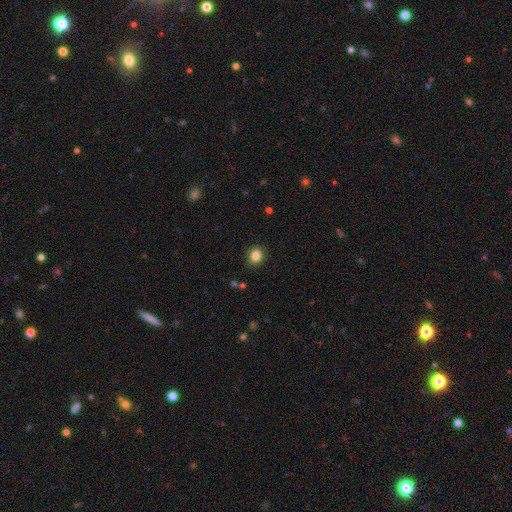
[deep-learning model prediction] Smooth or featured? smooth (84%)
How rounded? round (65%)
Merging? none (89%)